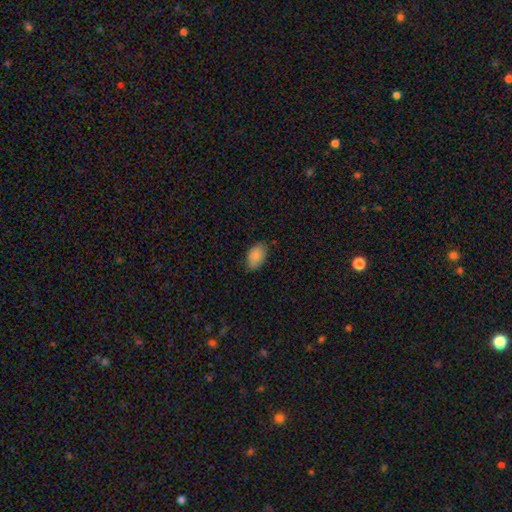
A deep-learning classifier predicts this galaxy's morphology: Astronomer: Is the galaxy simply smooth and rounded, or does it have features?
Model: smooth — 86%.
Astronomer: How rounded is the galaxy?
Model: in between — 91%.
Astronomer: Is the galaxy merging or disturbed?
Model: none — 76%.